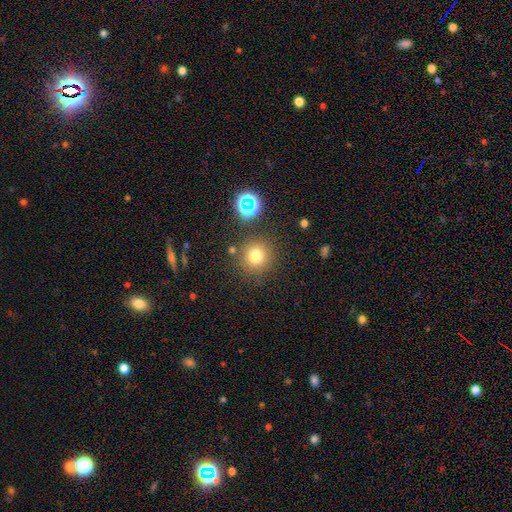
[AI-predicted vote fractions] Smooth or featured? Predicted: smooth (p=0.75). How rounded? Predicted: round (p=0.94). Merging? Predicted: none (p=0.84).